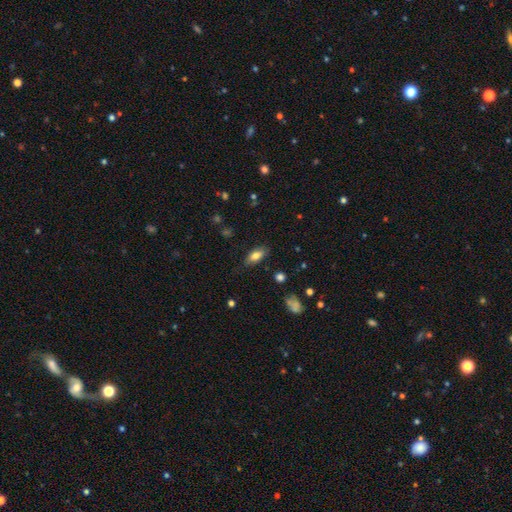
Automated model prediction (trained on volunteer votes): smooth 77%, featured or disk 15%, star or artifact 8%. Down the decision tree: how rounded — in between (84%); merging — none (79%).